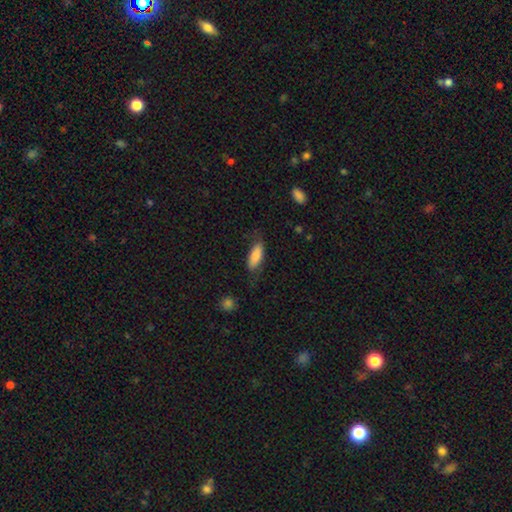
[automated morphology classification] This appears to be a smooth galaxy with no disk features (80%) that is in between round and cigar-shaped (70%). Merging: none (70%).